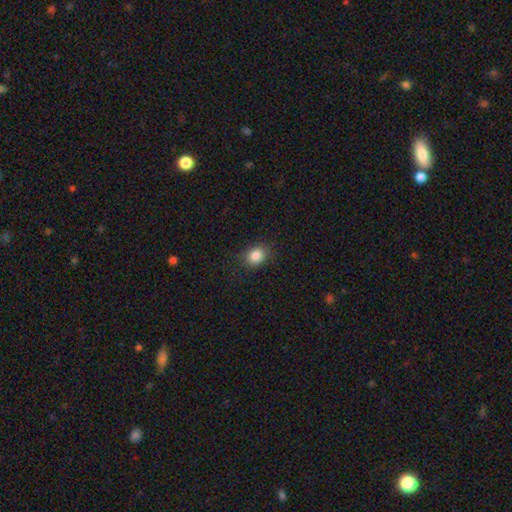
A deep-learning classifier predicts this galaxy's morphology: Smooth or featured: smooth — 85% (star or artifact — 11%)
How rounded: round — 58% (in between — 41%)
Merging: none — 85% (minor disturbance — 11%)